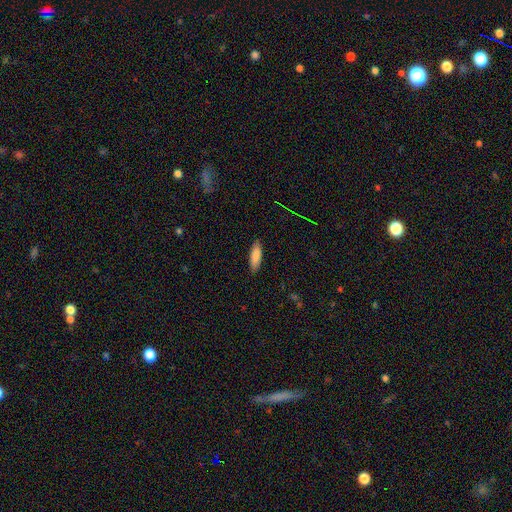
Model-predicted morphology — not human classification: Smooth or featured: smooth — 85% (featured or disk — 8%)
How rounded: in between — 50% (cigar-shaped — 48%)
Merging: none — 88% (minor disturbance — 9%)